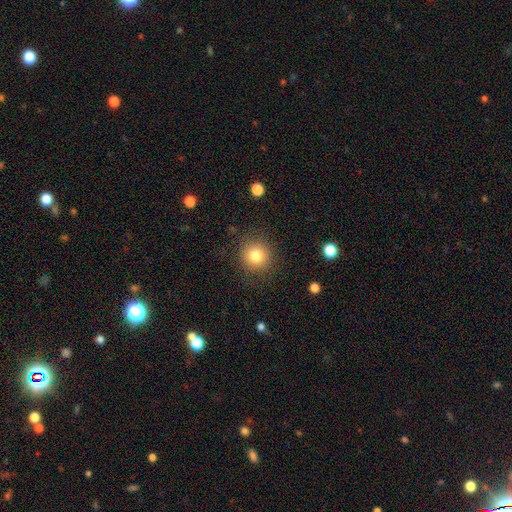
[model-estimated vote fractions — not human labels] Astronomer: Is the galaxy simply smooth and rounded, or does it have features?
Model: smooth — 81%.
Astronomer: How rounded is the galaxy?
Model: round — 92%.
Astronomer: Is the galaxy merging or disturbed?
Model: none — 87%.